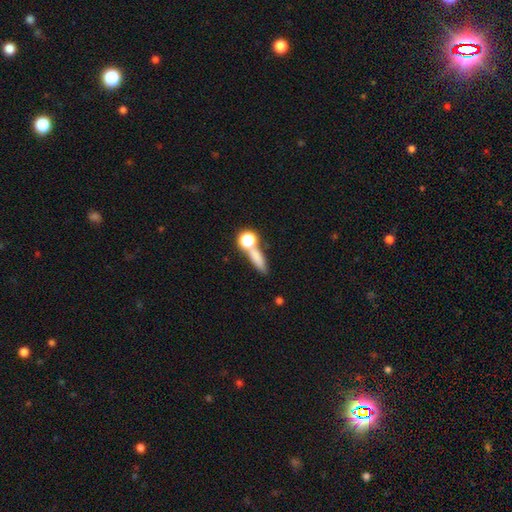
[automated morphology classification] This is likely a smooth galaxy (71%). How rounded: possibly cigar-shaped (47%). Merging: possibly none (56%).